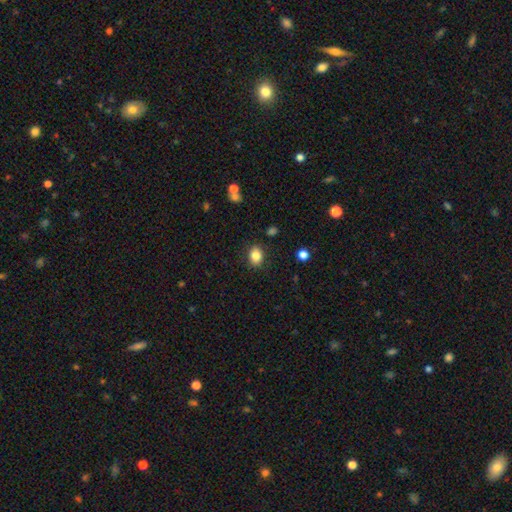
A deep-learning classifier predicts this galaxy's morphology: A smooth galaxy with no disk features (84%) that is in between round and cigar-shaped (58%).

Vote fractions:
- Smooth or featured? smooth: 84% / star or artifact: 10% / featured or disk: 6%
- How rounded? in between: 58% / round: 41% / cigar-shaped: 1%
- Merging? none: 85% / minor disturbance: 10% / major disturbance: 3% / merger: 2%